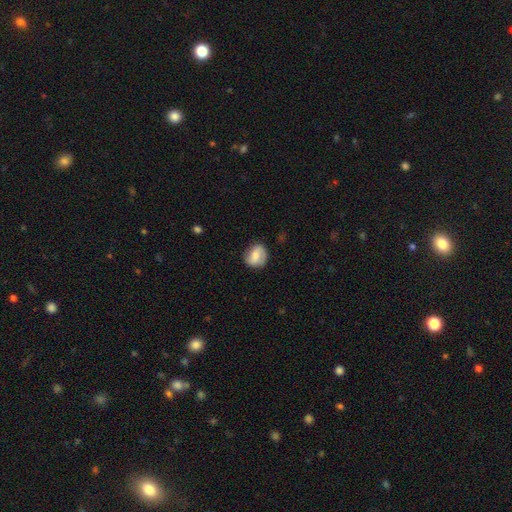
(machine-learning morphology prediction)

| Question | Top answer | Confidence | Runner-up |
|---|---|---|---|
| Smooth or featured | smooth | 59% | featured or disk (33%) |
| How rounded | round | 63% | in between (36%) |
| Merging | none | 75% | minor disturbance (19%) |